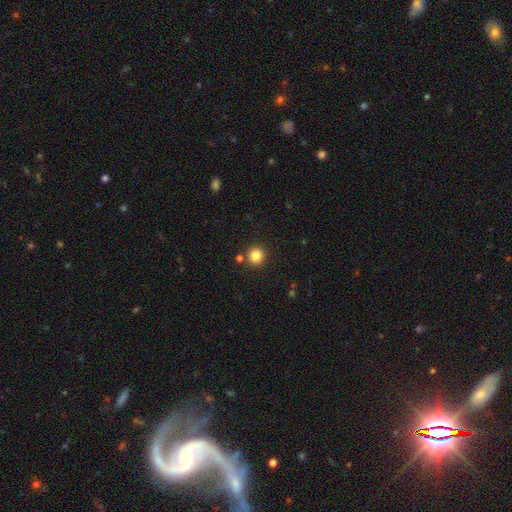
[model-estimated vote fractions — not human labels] smooth-or-featured: smooth: 84% | star or artifact: 12% | featured or disk: 5%
  how-rounded: round: 93% | in between: 6% | cigar-shaped: 1%
  merging: none: 86% | minor disturbance: 6% | merger: 6% | major disturbance: 2%